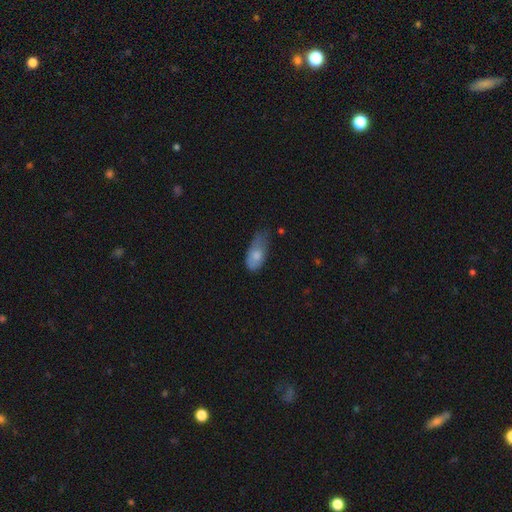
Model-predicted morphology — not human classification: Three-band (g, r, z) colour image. It shows a smooth galaxy with no disk features (73%) that is in between round and cigar-shaped (88%). Merging: minor disturbance (48%).